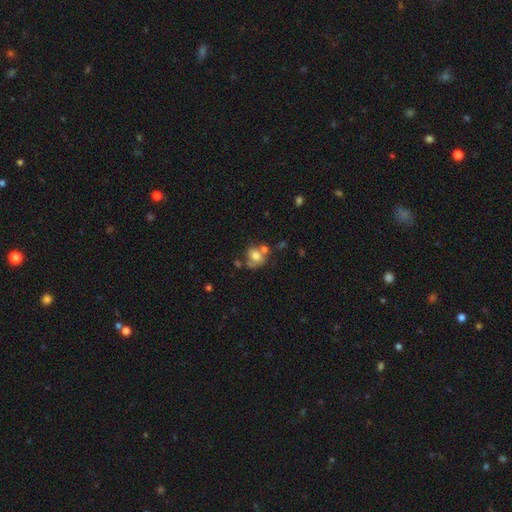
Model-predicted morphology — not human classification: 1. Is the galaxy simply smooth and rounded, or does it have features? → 67% smooth, 22% featured or disk, 11% star or artifact.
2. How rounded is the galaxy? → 53% round, 46% in between, 1% cigar-shaped.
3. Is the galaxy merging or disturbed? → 36% none, 35% merger, 17% minor disturbance, 12% major disturbance.